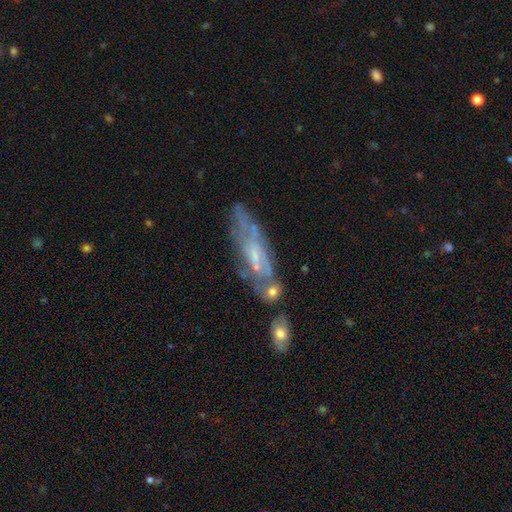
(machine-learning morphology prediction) Overall: featured or disk (64%; smooth 27%). Edge-on disk: no (71%). Merging: none (50%; merger 20%).